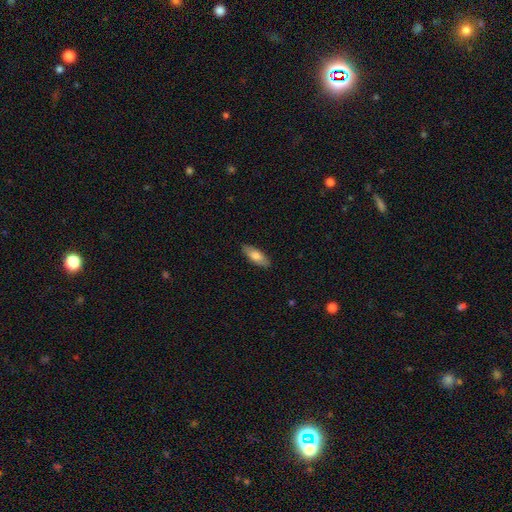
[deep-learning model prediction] Morphology: type=smooth (76%); roundness=in between (74%); merging=none (87%).